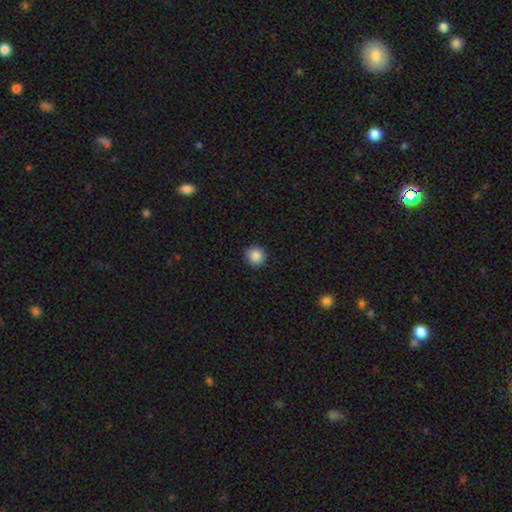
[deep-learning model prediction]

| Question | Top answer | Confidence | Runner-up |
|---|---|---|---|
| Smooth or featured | smooth | 87% | star or artifact (10%) |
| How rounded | round | 94% | in between (5%) |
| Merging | none | 92% | minor disturbance (6%) |